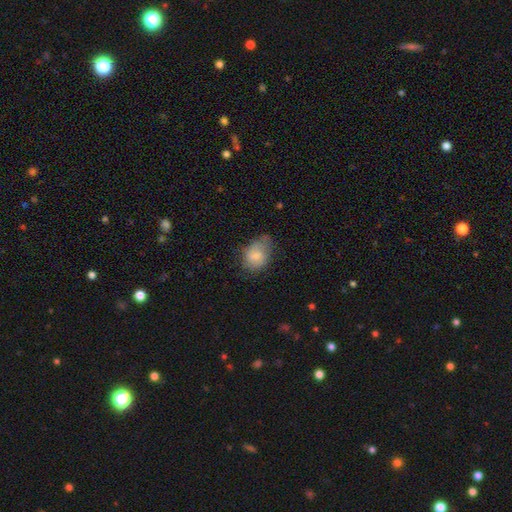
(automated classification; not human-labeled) This is likely a smooth galaxy (61%). How rounded: likely in between (67%). Merging: possibly none (54%).